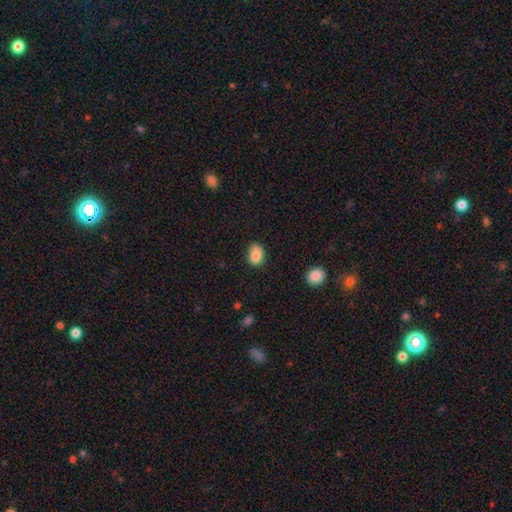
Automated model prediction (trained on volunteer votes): The model was most divided on "merging": none: 61%, minor disturbance: 30%, major disturbance: 7%, merger: 2%. More confident: smooth or featured — smooth (85%); how rounded — in between (67%).